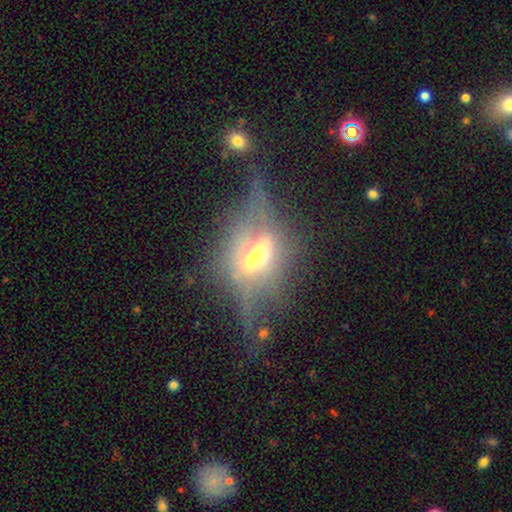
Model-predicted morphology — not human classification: A featured or disk galaxy (63%) viewed edge-on (60%). Merging: none (44%).